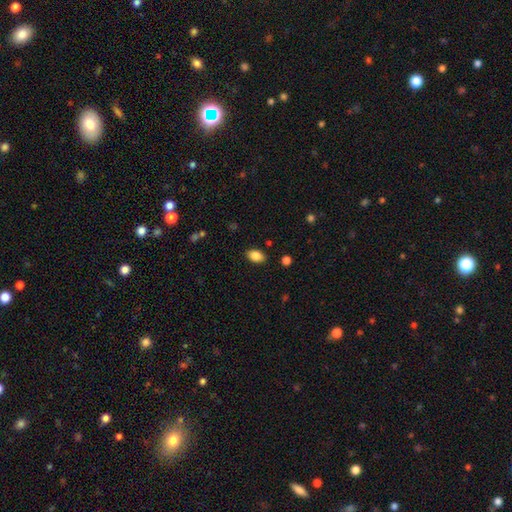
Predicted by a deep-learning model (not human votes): Q: Smooth or featured?
A: smooth (85%); runner-up: star or artifact (9%)
Q: How rounded?
A: in between (88%); runner-up: round (11%)
Q: Merging?
A: none (87%); runner-up: minor disturbance (9%)